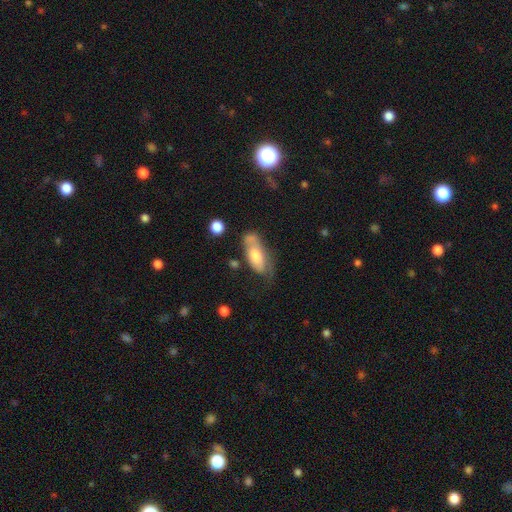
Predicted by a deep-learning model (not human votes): This appears to be a smooth galaxy with no disk features (49%). Merging: none (42%).